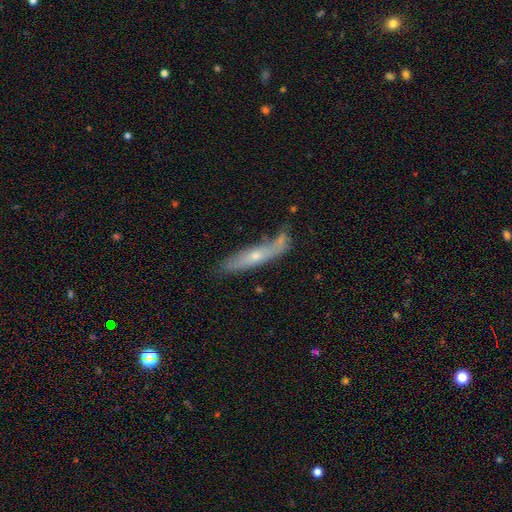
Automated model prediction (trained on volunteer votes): The model was most divided on "smooth or featured": featured or disk: 49%, smooth: 44%, star or artifact: 7%. More confident: merging — none (54%).